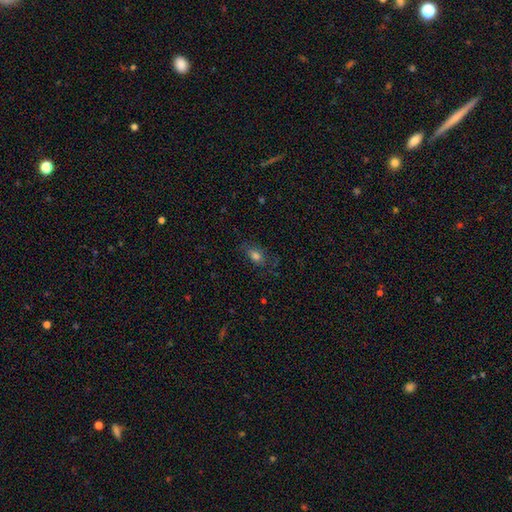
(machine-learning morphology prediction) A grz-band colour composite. It shows a smooth galaxy with no disk features (74%) that is in between round and cigar-shaped (75%). Merging: none (72%).